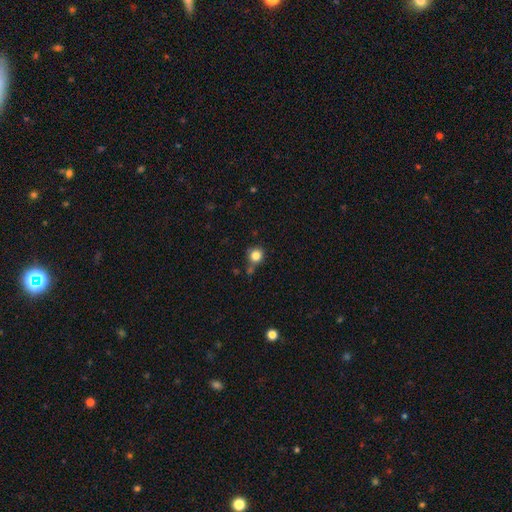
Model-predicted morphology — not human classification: The model was most divided on "merging": none: 68%, minor disturbance: 15%, merger: 12%, major disturbance: 5%. More confident: how rounded — round (91%); smooth or featured — smooth (83%).